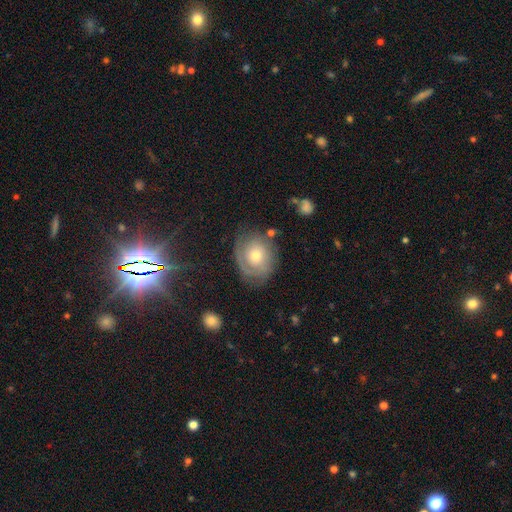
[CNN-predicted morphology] Smooth or featured? featured or disk (62%)
Edge-on disk? no (96%)
Bar? no (79%)
Spiral arms? yes (82%)
Bulge size? moderate (65%)
Merging? none (68%)